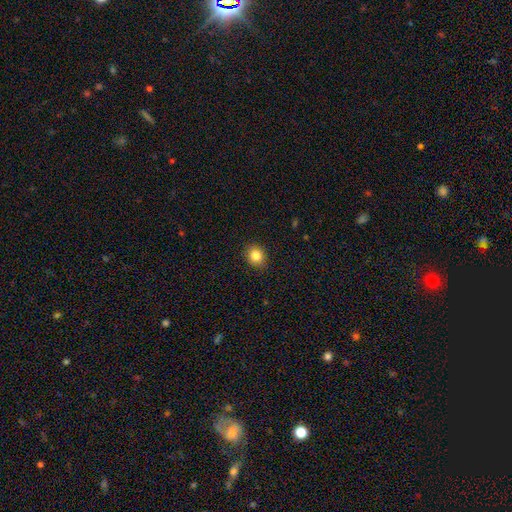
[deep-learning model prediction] smooth_or_featured: smooth (p=0.84) [alt: star or artifact p=0.11]
how_rounded: round (p=0.80) [alt: in between p=0.19]
merging: none (p=0.90) [alt: minor disturbance p=0.07]